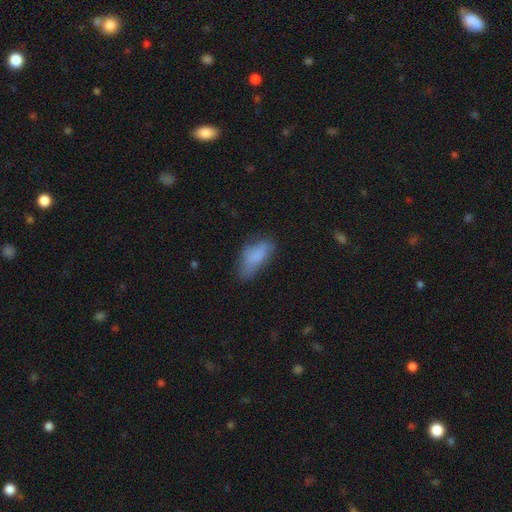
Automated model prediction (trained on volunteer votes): A smooth galaxy with no disk features (77%) that is in between round and cigar-shaped (80%).

Vote fractions:
- Smooth or featured? smooth: 77% / featured or disk: 14% / star or artifact: 9%
- How rounded? in between: 80% / cigar-shaped: 18% / round: 3%
- Merging? none: 52% / minor disturbance: 31% / major disturbance: 14% / merger: 3%